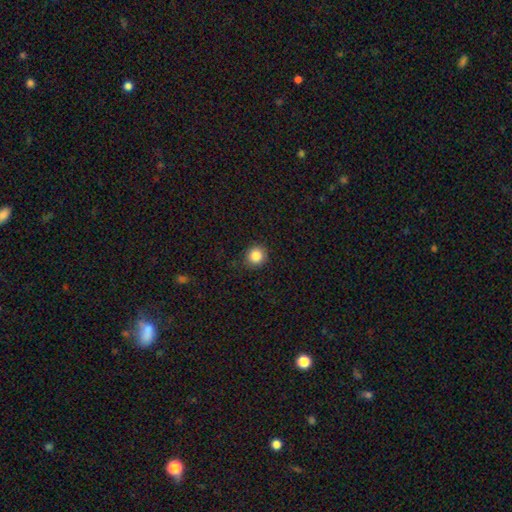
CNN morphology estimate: Overall: smooth (85%). How rounded: round (88%). Merging: none (90%).